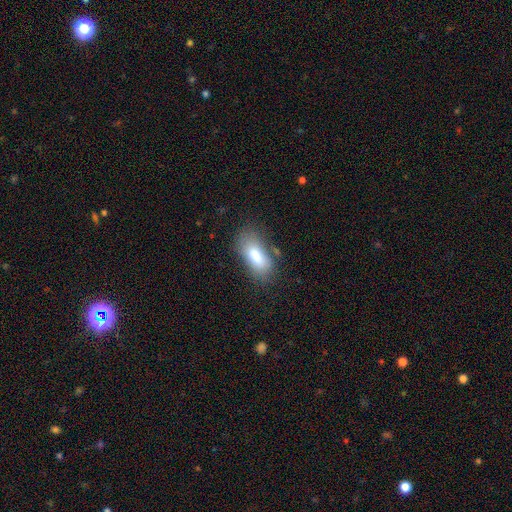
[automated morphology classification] A smooth galaxy with no disk features (80%) that is in between round and cigar-shaped (87%). Merging: none (67%).